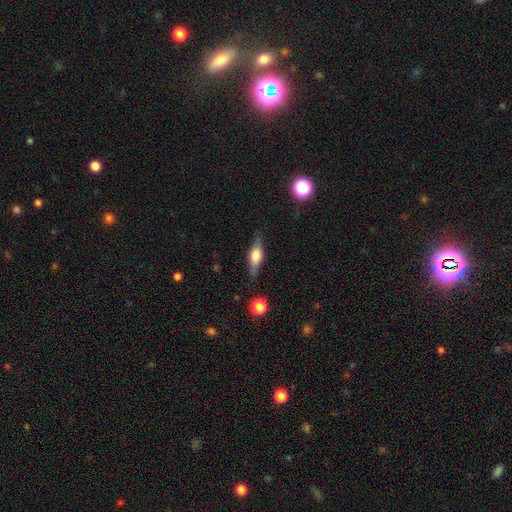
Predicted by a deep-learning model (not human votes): Smooth or featured? Predicted: featured or disk (p=0.47). Merging? Predicted: none (p=0.79).